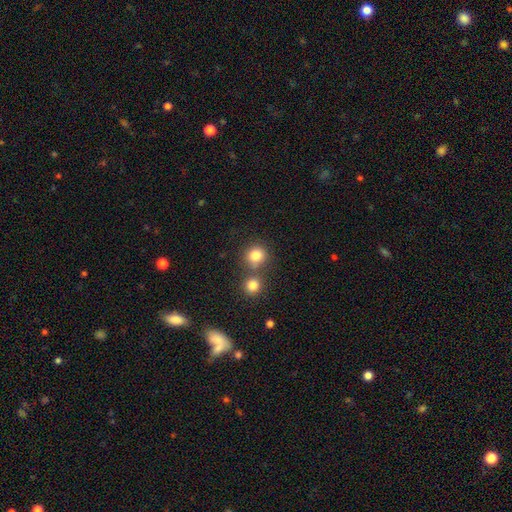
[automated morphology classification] Smooth or featured?
  - smooth: 82% *
  - star or artifact: 12%
  - featured or disk: 7%
How rounded?
  - round: 87% *
  - in between: 12%
  - cigar-shaped: 1%
Merging?
  - none: 61% *
  - merger: 27%
  - minor disturbance: 9%
  - major disturbance: 3%